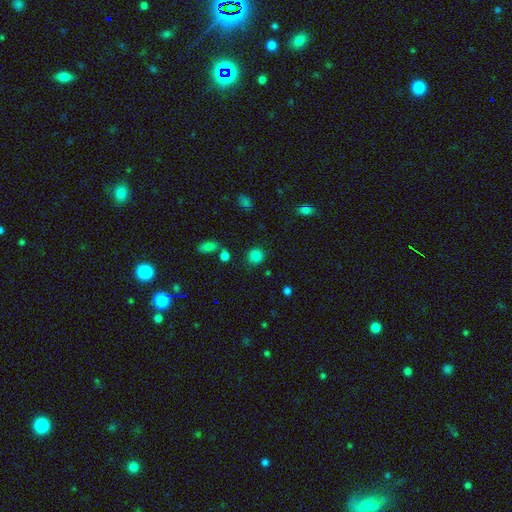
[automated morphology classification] Q: Smooth or featured?
A: smooth (83%); runner-up: star or artifact (12%)
Q: How rounded?
A: round (85%); runner-up: in between (14%)
Q: Merging?
A: none (82%); runner-up: minor disturbance (10%)